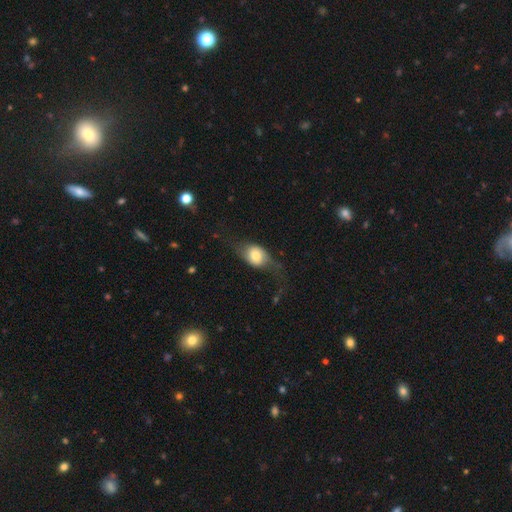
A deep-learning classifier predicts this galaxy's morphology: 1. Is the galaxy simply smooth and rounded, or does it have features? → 51% smooth, 41% featured or disk, 7% star or artifact.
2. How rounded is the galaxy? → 56% in between, 41% round, 3% cigar-shaped.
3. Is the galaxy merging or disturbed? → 46% none, 27% major disturbance, 25% minor disturbance, 2% merger.